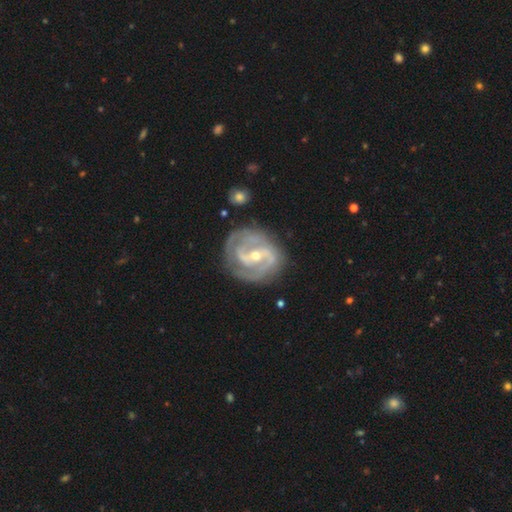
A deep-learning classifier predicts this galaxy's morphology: Smooth or featured: featured or disk — 90% (smooth — 6%)
Edge-on disk: no — 97% (yes — 3%)
Bar: weak — 42% (strong — 35%)
Spiral arms: yes — 96% (no — 4%)
Spiral winding: tight — 46% (medium — 44%)
Spiral arm count: 2 — 67% (3 — 15%)
Bulge size: small — 51% (moderate — 46%)
Merging: none — 75% (minor disturbance — 17%)